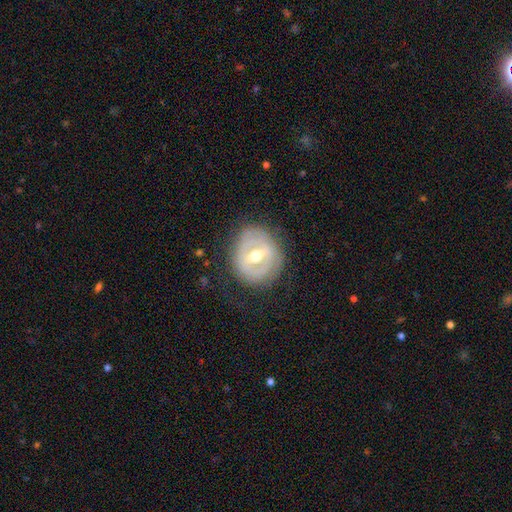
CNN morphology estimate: This is likely a featured or disk galaxy (72%). It is clearly not viewed edge-on (95%). Bar: marginally strong (43%). Spiral arm pattern: possibly no (58%). Central bulge: likely moderate (75%). Merging: likely none (77%).